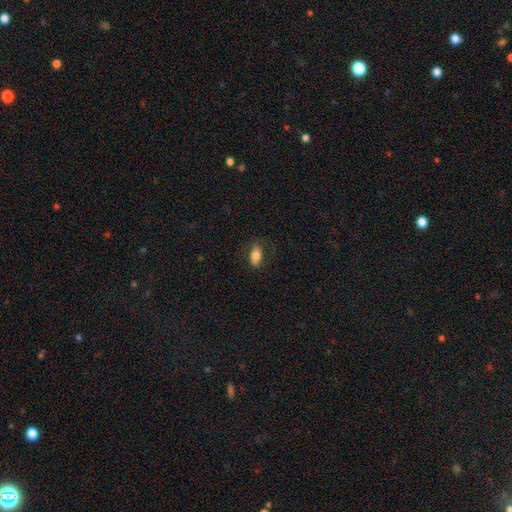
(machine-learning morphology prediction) This is likely a smooth galaxy (76%). How rounded: clearly in between (84%). Merging: likely none (79%).